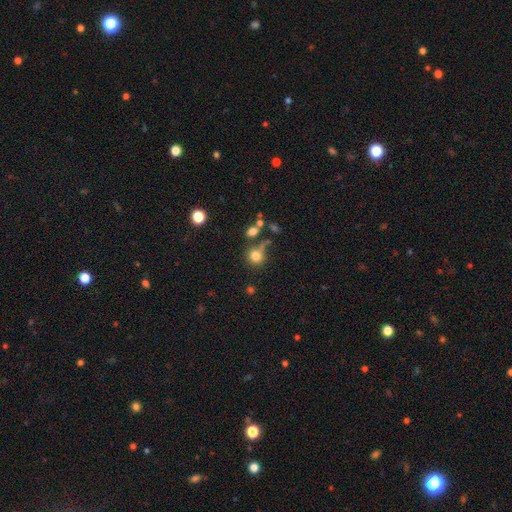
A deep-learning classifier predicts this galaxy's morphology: This is likely a smooth galaxy (78%). How rounded: clearly round (83%). Merging: possibly none (57%).